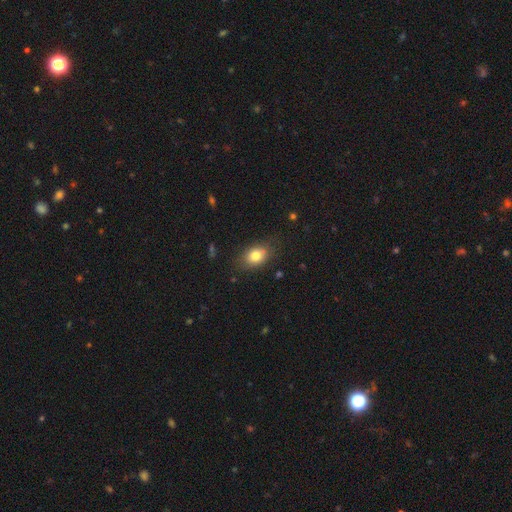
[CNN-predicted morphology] A smooth galaxy with no disk features (81%) that is in between round and cigar-shaped (77%).

Vote fractions:
- Smooth or featured? smooth: 81% / featured or disk: 11% / star or artifact: 9%
- How rounded? in between: 77% / round: 21% / cigar-shaped: 2%
- Merging? none: 78% / minor disturbance: 16% / major disturbance: 4% / merger: 1%